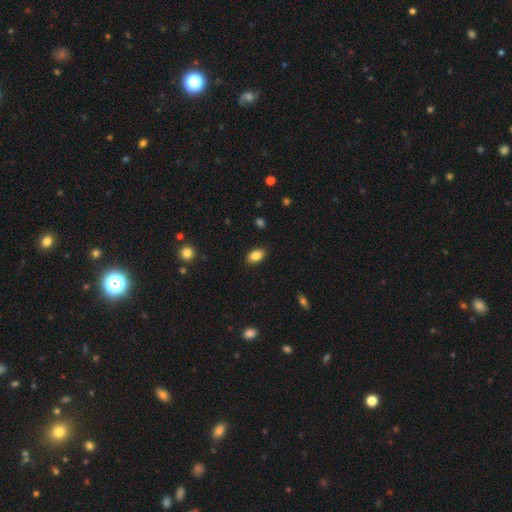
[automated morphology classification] smooth_or_featured: smooth (p=0.85) [alt: star or artifact p=0.08]
how_rounded: in between (p=0.90) [alt: round p=0.08]
merging: none (p=0.87) [alt: minor disturbance p=0.09]